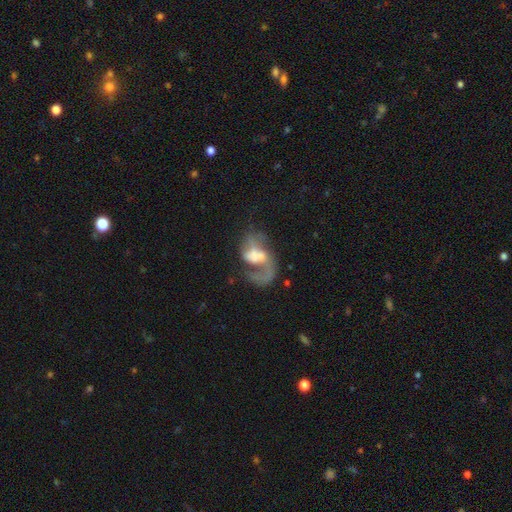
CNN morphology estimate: This appears to be a featured or disk galaxy (72%) with no bar (60%), 1 (62%) loose (63%) spiral arms (74%) and a moderate central bulge (34%). Merging: major disturbance (42%).